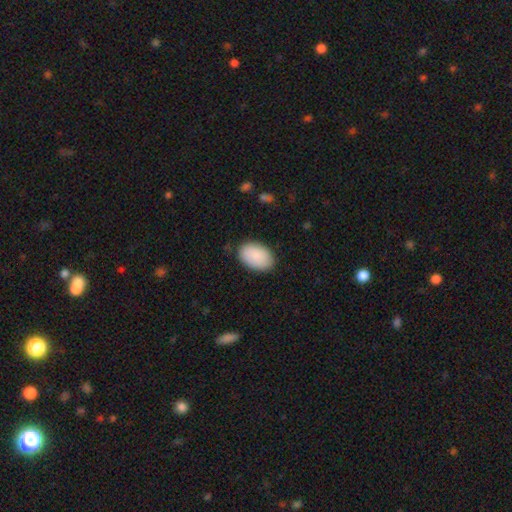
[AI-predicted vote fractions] smooth 88%, featured or disk 6%, star or artifact 6%. Down the decision tree: how rounded — in between (92%); merging — none (85%).